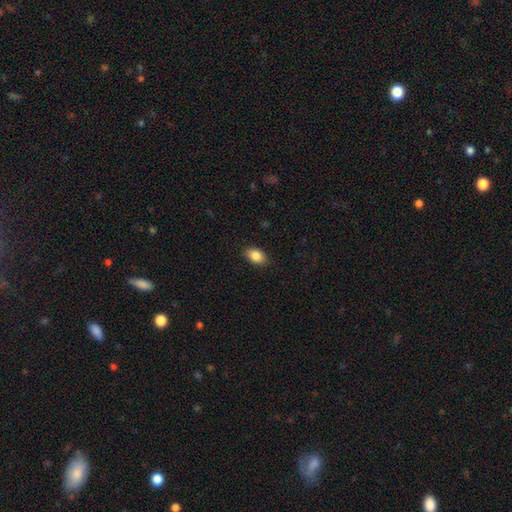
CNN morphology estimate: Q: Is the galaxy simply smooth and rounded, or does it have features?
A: smooth — 87%.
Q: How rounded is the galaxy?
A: in between — 85%.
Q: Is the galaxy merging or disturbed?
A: none — 88%.